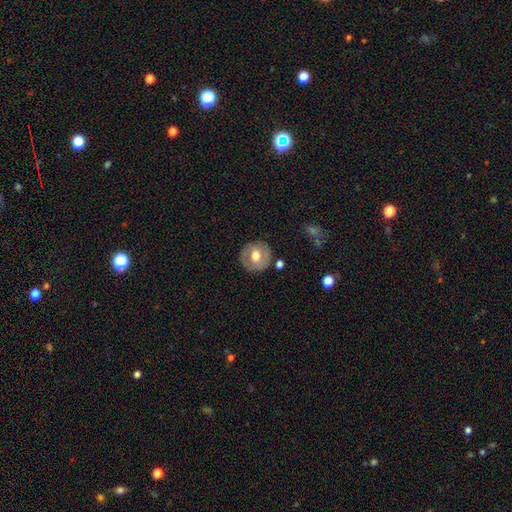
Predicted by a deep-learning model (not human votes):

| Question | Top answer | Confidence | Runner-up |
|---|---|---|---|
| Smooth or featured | featured or disk | 48% | smooth (46%) |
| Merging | none | 81% | minor disturbance (12%) |